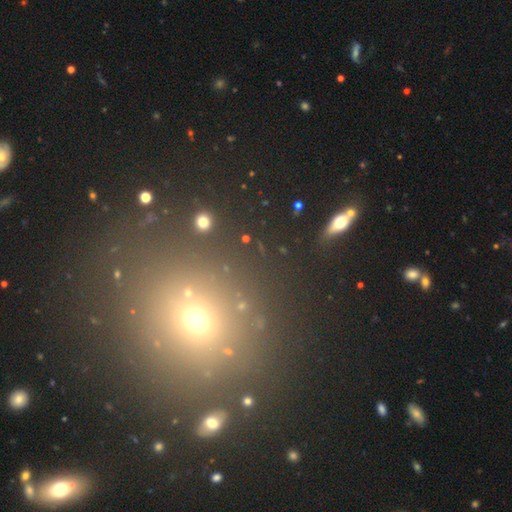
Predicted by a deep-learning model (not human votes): This is possibly a smooth galaxy (51%). How rounded: clearly round (81%). Merging: clearly none (83%).